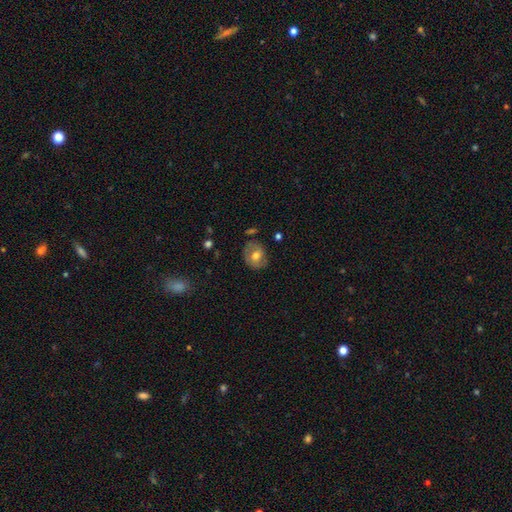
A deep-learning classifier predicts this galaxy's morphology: Smooth or featured? Predicted: smooth (p=0.54). How rounded? Predicted: round (p=0.61). Merging? Predicted: none (p=0.68).